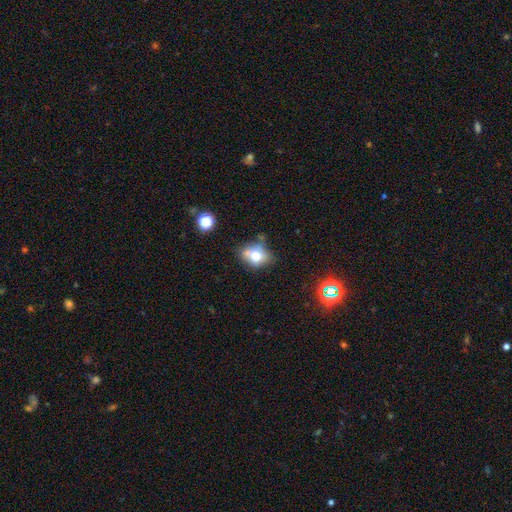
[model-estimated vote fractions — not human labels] smooth 65%, featured or disk 22%, star or artifact 13%. Down the decision tree: how rounded — in between (56%); merging — none (55%).